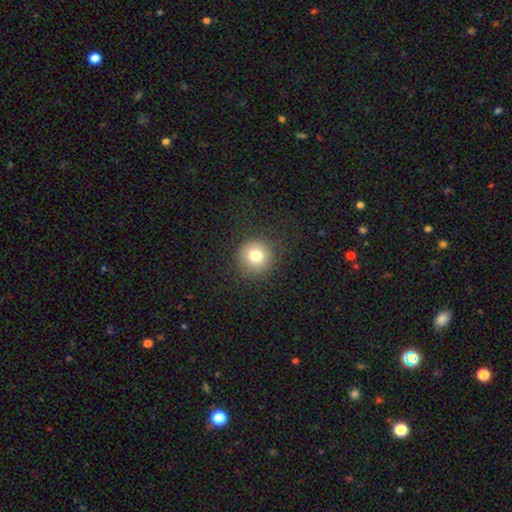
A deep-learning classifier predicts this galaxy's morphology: smooth 78%, star or artifact 12%, featured or disk 10%. Down the decision tree: how rounded — round (94%); merging — none (88%).